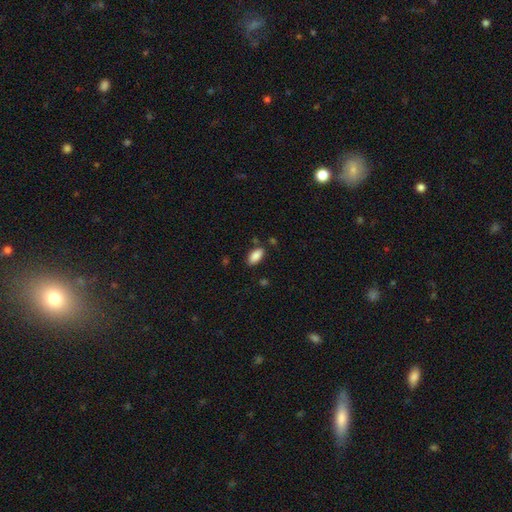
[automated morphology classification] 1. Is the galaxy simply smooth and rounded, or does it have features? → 88% smooth, 7% star or artifact, 5% featured or disk.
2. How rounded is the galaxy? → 92% in between, 6% cigar-shaped, 2% round.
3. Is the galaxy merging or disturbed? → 82% none, 12% minor disturbance, 4% merger, 3% major disturbance.